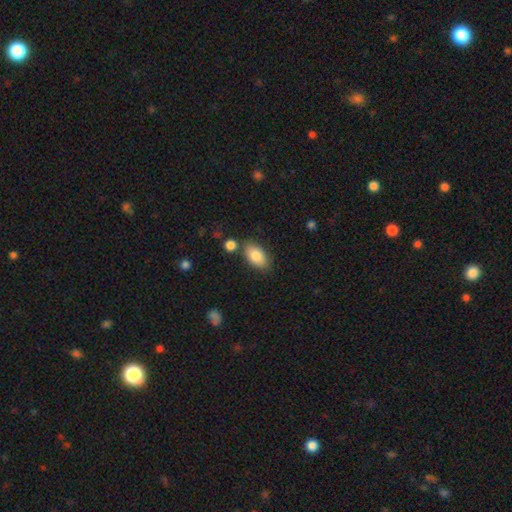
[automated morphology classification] Smooth or featured: smooth — 83% (featured or disk — 10%)
How rounded: in between — 92% (round — 5%)
Merging: none — 74% (minor disturbance — 14%)